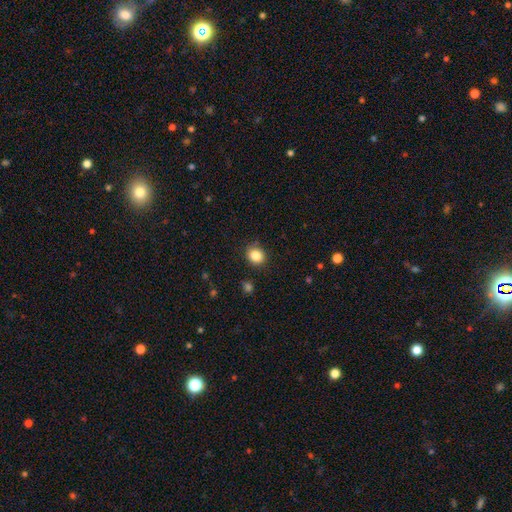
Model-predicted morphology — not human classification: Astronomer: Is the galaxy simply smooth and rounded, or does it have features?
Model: smooth — 84%.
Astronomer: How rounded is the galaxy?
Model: round — 78%.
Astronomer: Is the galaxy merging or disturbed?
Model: none — 85%.